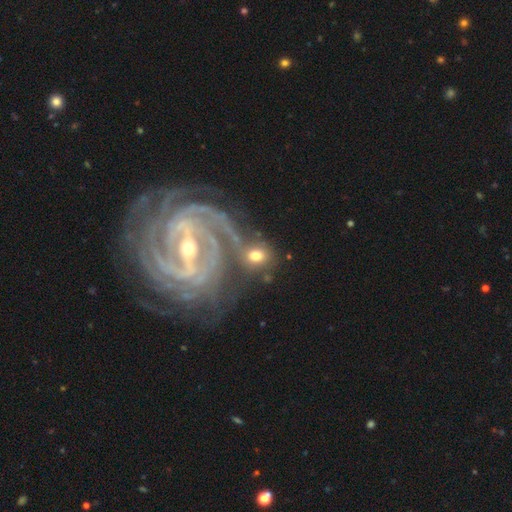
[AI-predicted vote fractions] A smooth galaxy with no disk features (54%) that is round (59%).

Vote fractions:
- Smooth or featured? smooth: 54% / featured or disk: 36% / star or artifact: 10%
- How rounded? round: 59% / in between: 39% / cigar-shaped: 2%
- Merging? none: 59% / merger: 17% / minor disturbance: 15% / major disturbance: 9%